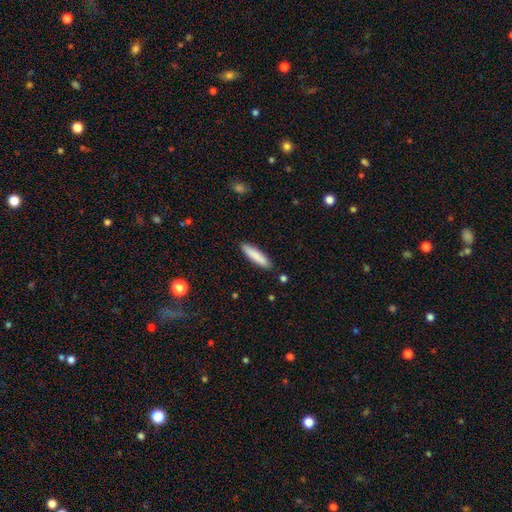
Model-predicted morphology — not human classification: Smooth or featured? smooth (86%)
How rounded? cigar-shaped (80%)
Merging? none (90%)